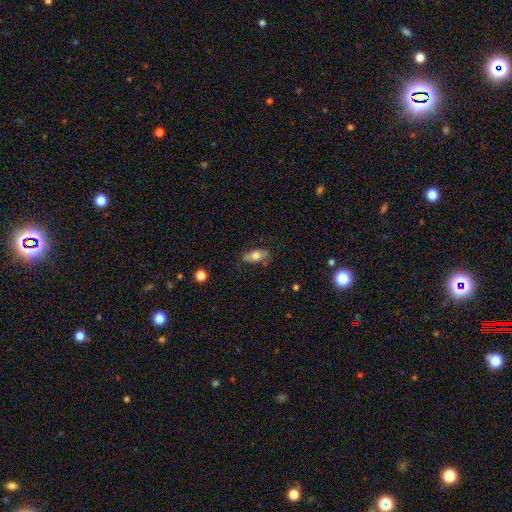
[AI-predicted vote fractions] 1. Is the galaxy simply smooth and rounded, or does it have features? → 71% smooth, 22% featured or disk, 7% star or artifact.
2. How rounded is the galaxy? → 81% in between, 15% cigar-shaped, 4% round.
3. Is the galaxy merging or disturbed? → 78% none, 16% minor disturbance, 4% major disturbance, 2% merger.